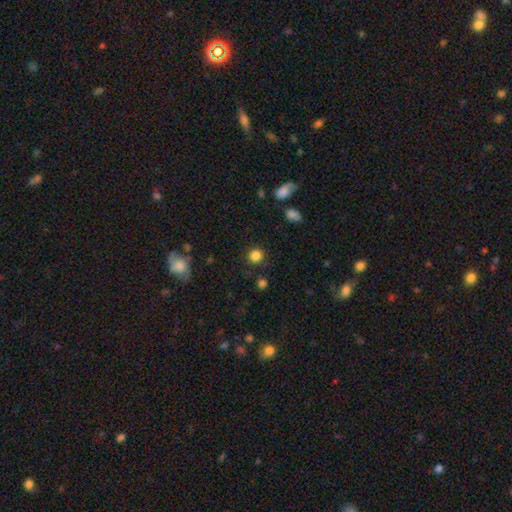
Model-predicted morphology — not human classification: type=smooth (83%); roundness=round (91%); merging=none (88%).